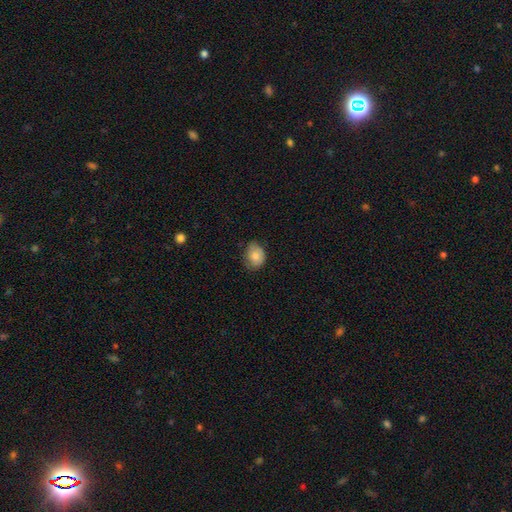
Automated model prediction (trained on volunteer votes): Overall: smooth (77%). How rounded: in between (60%; round 39%). Merging: none (64%; minor disturbance 29%).